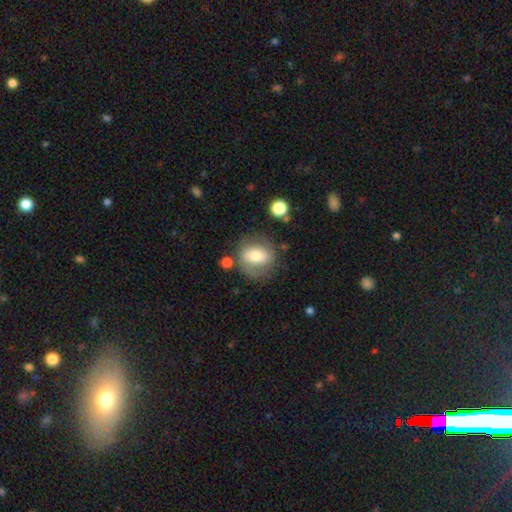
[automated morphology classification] Smooth or featured: smooth — 60% (featured or disk — 32%)
How rounded: round — 67% (in between — 32%)
Merging: none — 67% (minor disturbance — 18%)